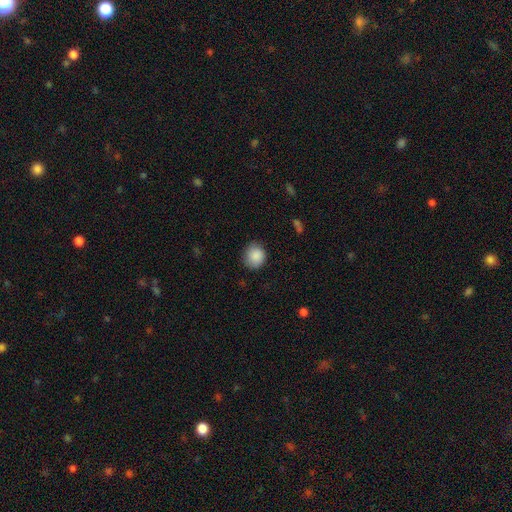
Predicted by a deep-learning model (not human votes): Smooth or featured: smooth — 88% (star or artifact — 8%)
How rounded: round — 78% (in between — 21%)
Merging: none — 79% (minor disturbance — 16%)